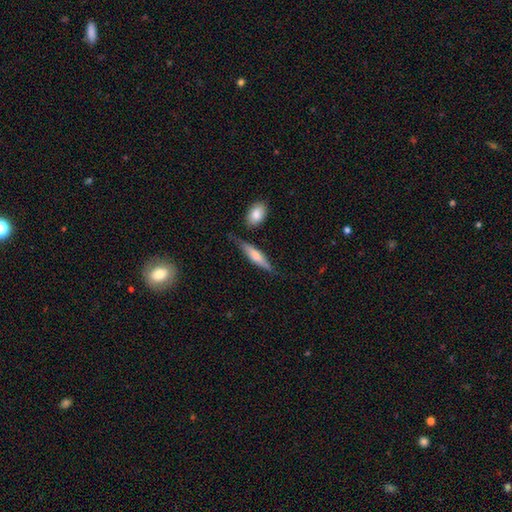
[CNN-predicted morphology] A smooth galaxy with no disk features (51%) that is cigar-shaped (75%). Merging: none (69%).